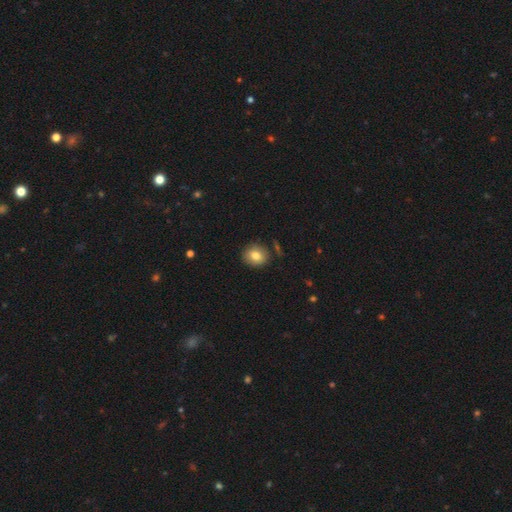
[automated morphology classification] A smooth galaxy with no disk features (80%) that is round (74%). Merging: none (85%).